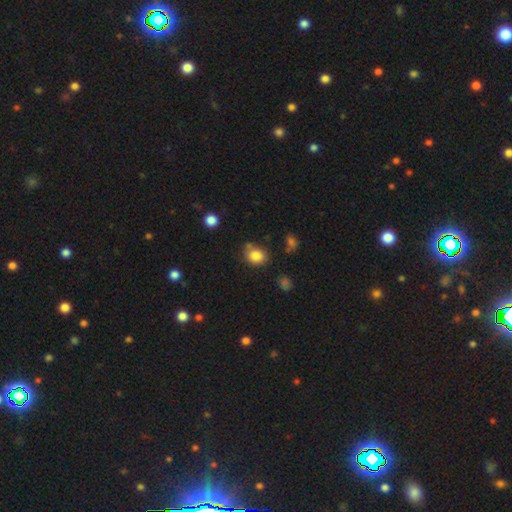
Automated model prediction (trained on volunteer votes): This appears to be a smooth galaxy with no disk features (84%) that is round (51%). Merging: none (66%).